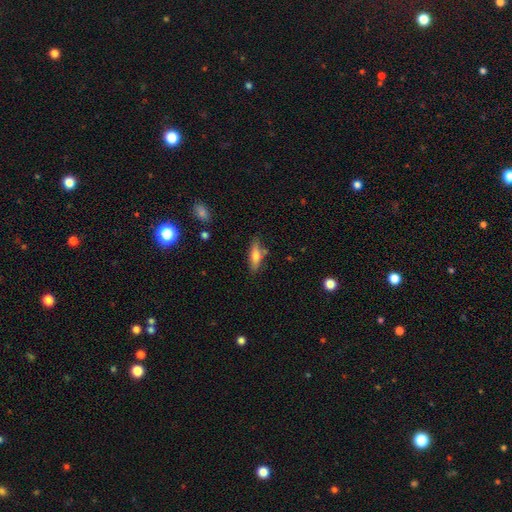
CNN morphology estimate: A smooth galaxy with no disk features (69%) that is cigar-shaped (52%). Merging: none (72%).